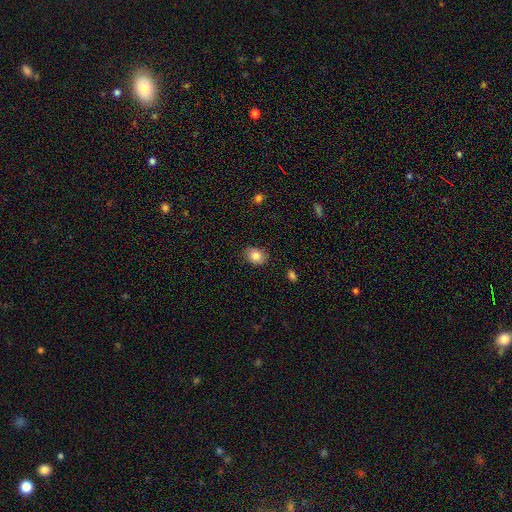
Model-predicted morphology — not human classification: Smooth or featured: smooth — 84% (star or artifact — 8%)
How rounded: in between — 61% (round — 38%)
Merging: none — 86% (minor disturbance — 11%)